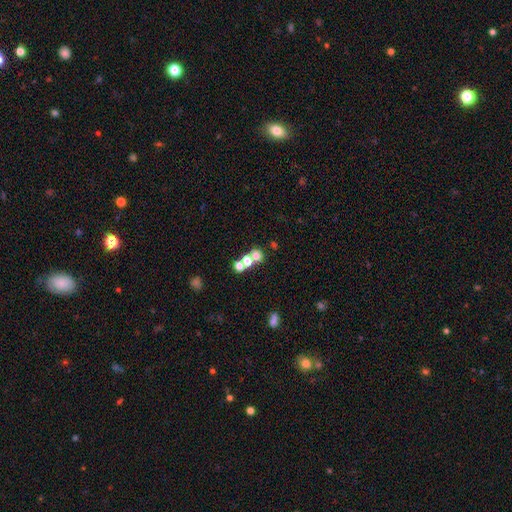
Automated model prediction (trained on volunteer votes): This is likely a smooth galaxy (64%). How rounded: likely round (71%). Merging: possibly merger (49%).